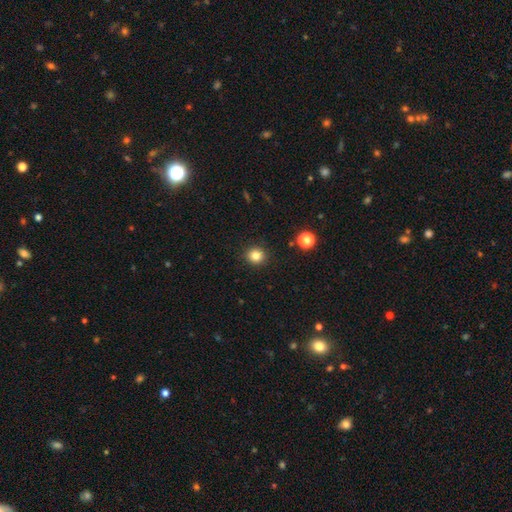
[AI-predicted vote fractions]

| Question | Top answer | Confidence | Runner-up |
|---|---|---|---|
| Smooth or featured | smooth | 82% | star or artifact (13%) |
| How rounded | round | 88% | in between (11%) |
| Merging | none | 91% | minor disturbance (6%) |